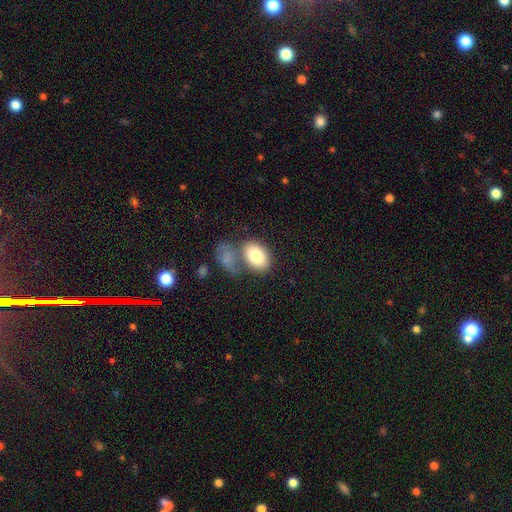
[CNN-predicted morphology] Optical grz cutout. It shows a smooth galaxy with no disk features (80%) that is in between round and cigar-shaped (82%). Merging: none (51%).